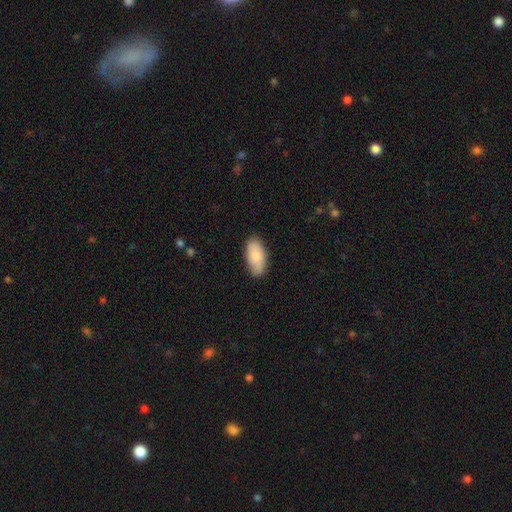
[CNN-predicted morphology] A smooth galaxy with no disk features (83%) that is in between round and cigar-shaped (92%). Merging: none (82%).